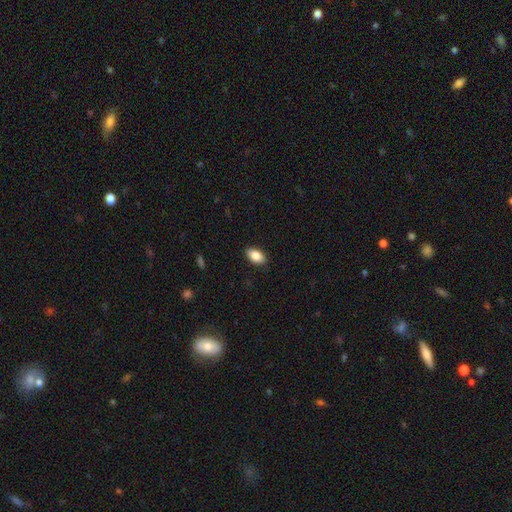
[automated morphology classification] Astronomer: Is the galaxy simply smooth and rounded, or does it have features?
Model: smooth — 86%.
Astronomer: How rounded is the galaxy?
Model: in between — 92%.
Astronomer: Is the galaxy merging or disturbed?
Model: none — 87%.